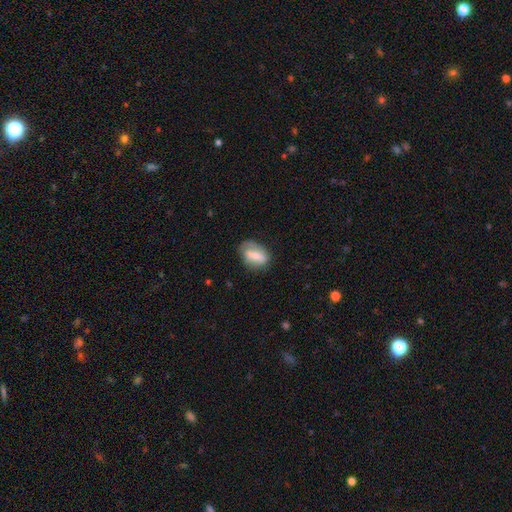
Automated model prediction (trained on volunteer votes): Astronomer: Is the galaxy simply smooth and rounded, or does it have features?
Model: smooth — 58% (runner-up: featured or disk, 34%).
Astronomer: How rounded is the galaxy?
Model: in between — 82%.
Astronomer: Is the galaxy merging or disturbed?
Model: none — 62%.